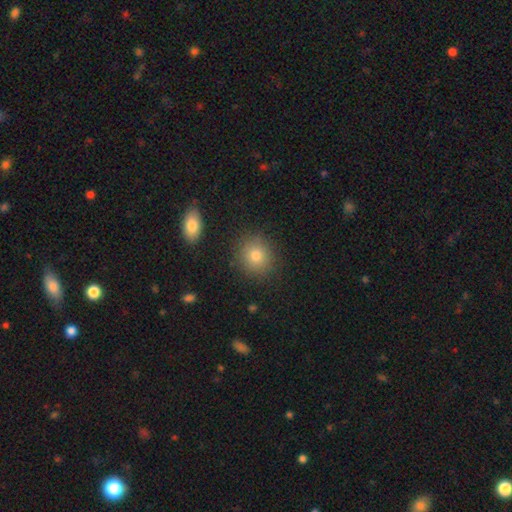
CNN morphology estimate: Smooth or featured? smooth (80%)
How rounded? round (82%)
Merging? none (88%)